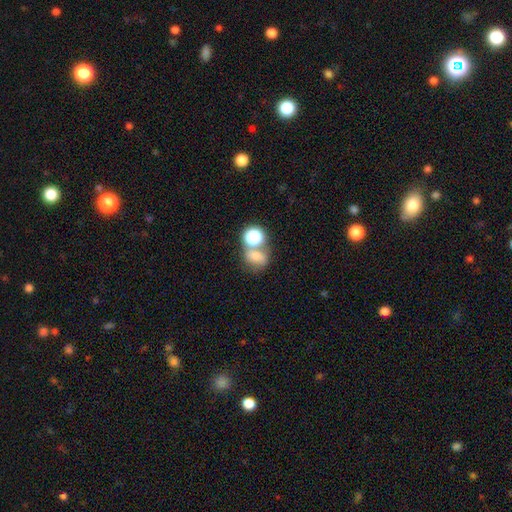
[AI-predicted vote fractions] Smooth or featured? Predicted: smooth (p=0.67). How rounded? Predicted: round (p=0.53). Merging? Predicted: none (p=0.40).